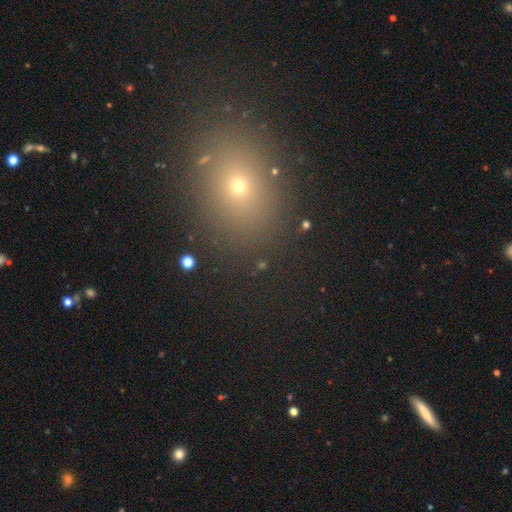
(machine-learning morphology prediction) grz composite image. It shows a smooth galaxy with no disk features (60%) that is in between round and cigar-shaped (52%). Merging: none (88%).